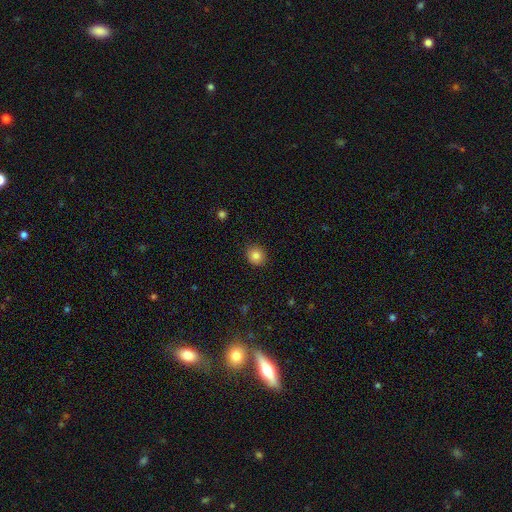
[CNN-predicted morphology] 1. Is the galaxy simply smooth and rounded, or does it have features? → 84% smooth, 10% star or artifact, 5% featured or disk.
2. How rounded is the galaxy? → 82% round, 17% in between, 1% cigar-shaped.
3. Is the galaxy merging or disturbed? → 87% none, 9% minor disturbance, 2% major disturbance, 1% merger.